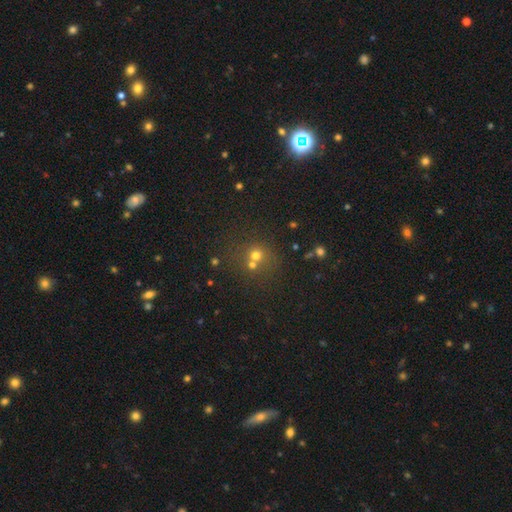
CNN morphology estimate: smooth-or-featured: smooth: 47% | star or artifact: 44% | featured or disk: 10%
  merging: none: 64% | merger: 23% | minor disturbance: 9% | major disturbance: 4%